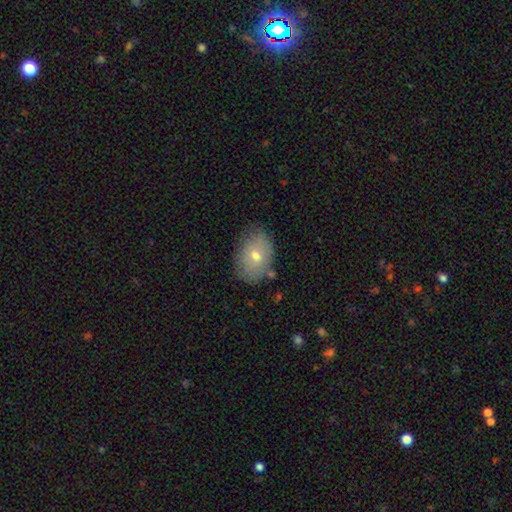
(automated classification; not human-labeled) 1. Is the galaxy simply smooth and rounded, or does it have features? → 69% smooth, 22% featured or disk, 9% star or artifact.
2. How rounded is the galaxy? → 75% in between, 24% round, 1% cigar-shaped.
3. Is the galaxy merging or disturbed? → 76% none, 17% minor disturbance, 4% major disturbance, 3% merger.